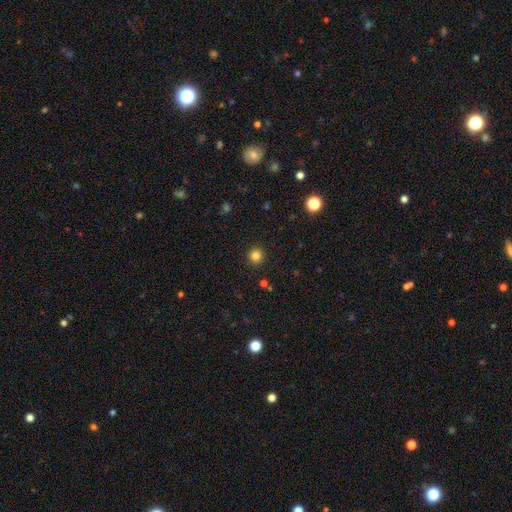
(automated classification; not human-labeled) Smooth or featured: smooth — 83% (star or artifact — 13%)
How rounded: round — 94% (in between — 5%)
Merging: none — 92% (minor disturbance — 5%)